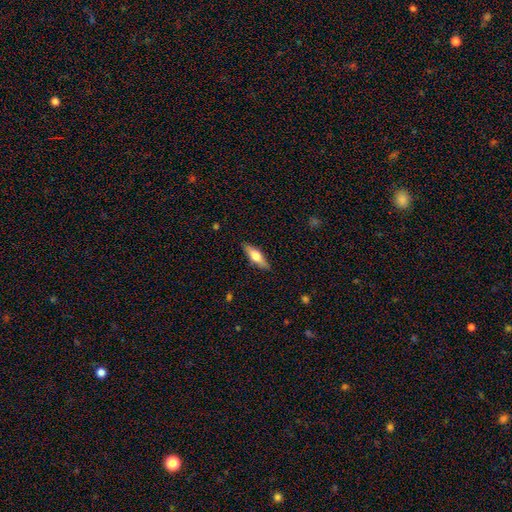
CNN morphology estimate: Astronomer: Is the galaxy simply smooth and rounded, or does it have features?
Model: smooth — 54% (runner-up: featured or disk, 41%).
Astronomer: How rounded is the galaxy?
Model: cigar-shaped — 53% (runner-up: in between, 44%).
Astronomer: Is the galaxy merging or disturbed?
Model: none — 86%.